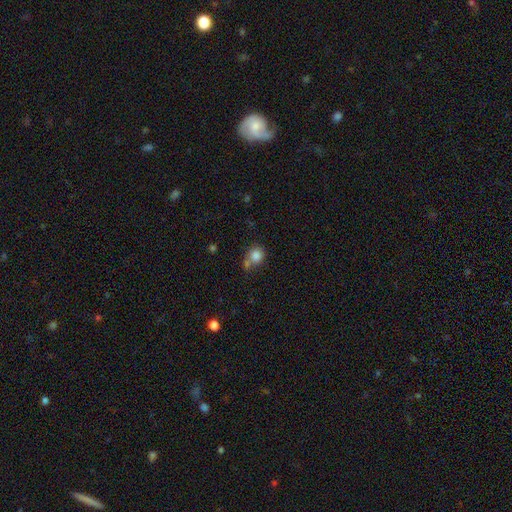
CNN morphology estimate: Overall: smooth (82%). How rounded: round (77%). Merging: none (49%; merger 28%).